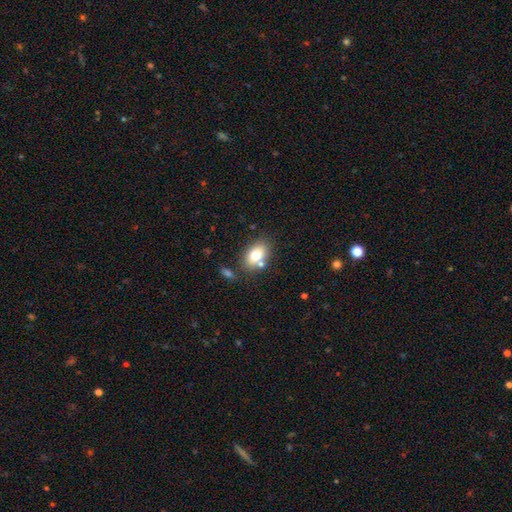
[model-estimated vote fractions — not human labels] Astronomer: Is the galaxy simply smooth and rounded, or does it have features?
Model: smooth — 76%.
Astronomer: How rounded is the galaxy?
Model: in between — 85%.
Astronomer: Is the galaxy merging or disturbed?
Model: none — 69%.